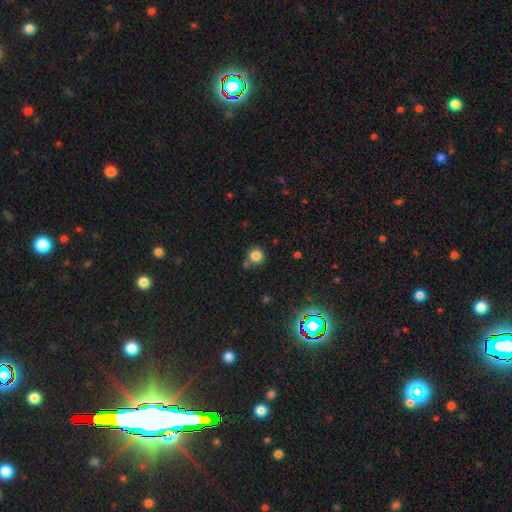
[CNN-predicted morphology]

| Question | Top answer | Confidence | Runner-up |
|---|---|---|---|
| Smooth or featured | smooth | 81% | star or artifact (14%) |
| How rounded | round | 92% | in between (7%) |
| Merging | none | 73% | merger (14%) |